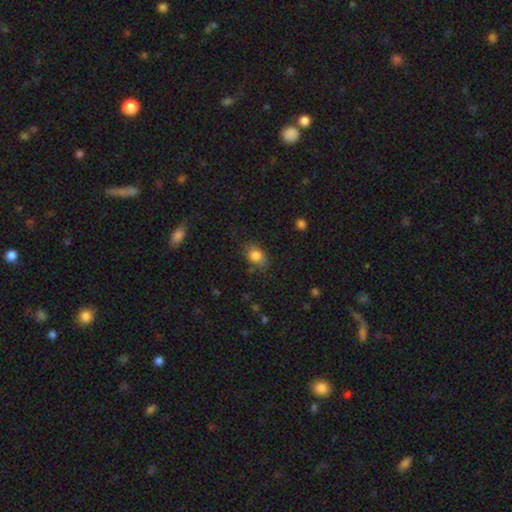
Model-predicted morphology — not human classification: A smooth galaxy with no disk features (82%) that is in between round and cigar-shaped (77%). Merging: none (71%).